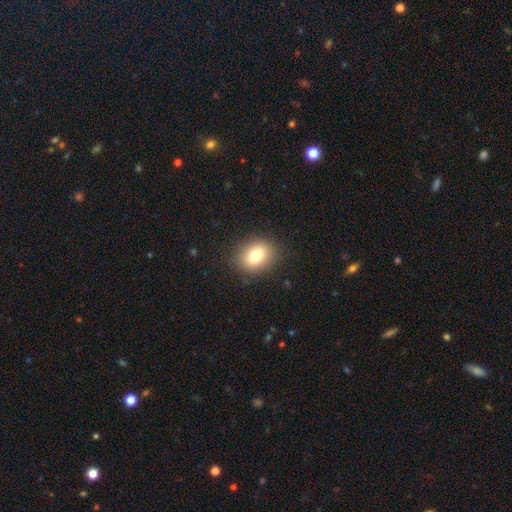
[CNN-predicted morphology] Smooth or featured? Predicted: smooth (p=0.78). How rounded? Predicted: in between (p=0.57). Merging? Predicted: none (p=0.87).